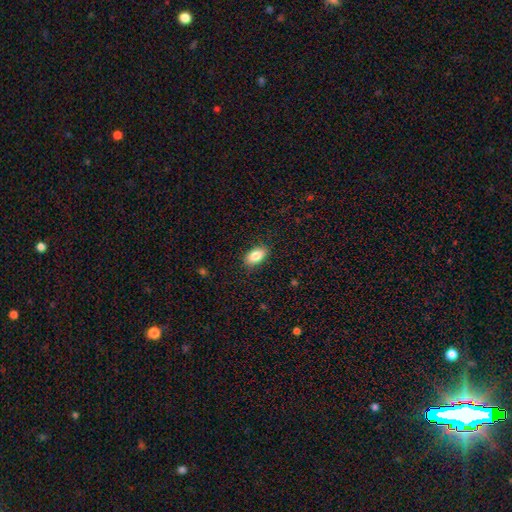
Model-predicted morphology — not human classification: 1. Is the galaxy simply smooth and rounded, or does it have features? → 85% smooth, 8% featured or disk, 7% star or artifact.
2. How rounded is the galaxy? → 91% in between, 5% round, 3% cigar-shaped.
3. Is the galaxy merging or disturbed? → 87% none, 10% minor disturbance, 2% major disturbance, 1% merger.